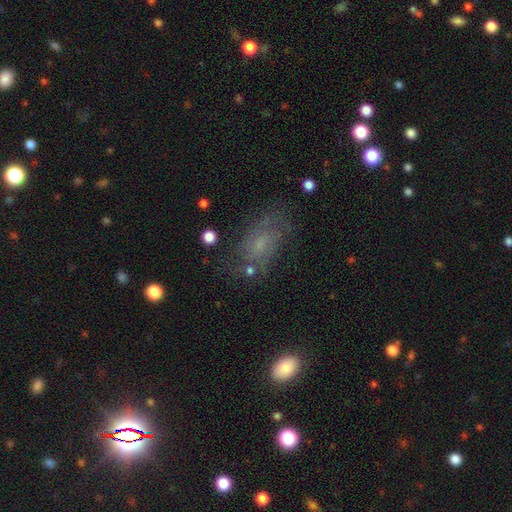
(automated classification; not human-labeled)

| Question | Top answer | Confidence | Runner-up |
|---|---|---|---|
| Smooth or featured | smooth | 40% | featured or disk (39%) |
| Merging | none | 63% | minor disturbance (21%) |